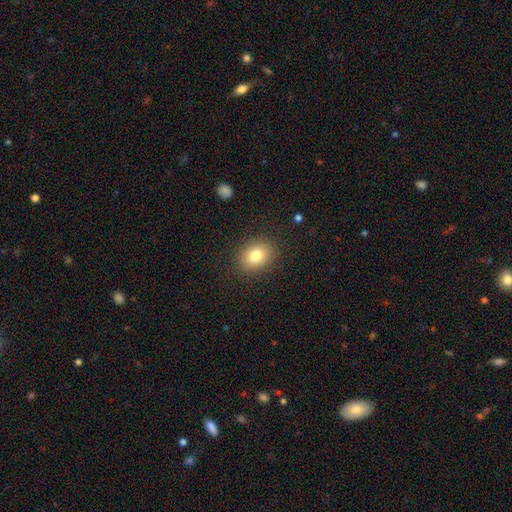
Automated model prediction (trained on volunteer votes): smooth-or-featured: smooth: 81% | star or artifact: 10% | featured or disk: 10%
  how-rounded: in between: 57% | round: 43% | cigar-shaped: 1%
  merging: none: 88% | minor disturbance: 8% | major disturbance: 3% | merger: 1%